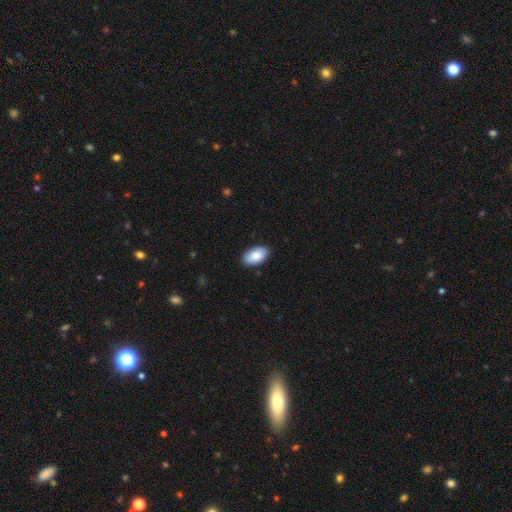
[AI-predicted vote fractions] Morphology: type=smooth (89%); roundness=in between (95%); merging=none (88%).